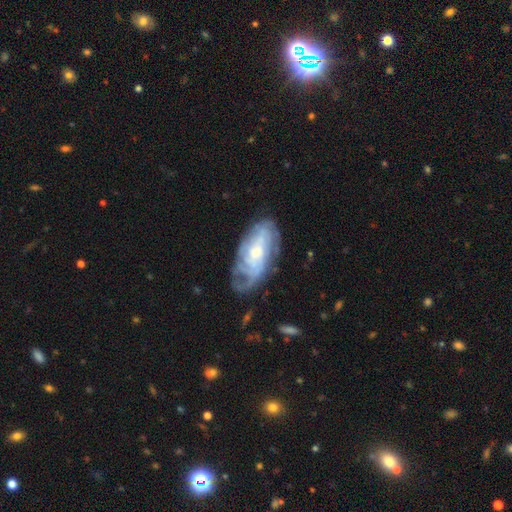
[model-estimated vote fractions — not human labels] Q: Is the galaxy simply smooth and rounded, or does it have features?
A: featured or disk — 72%.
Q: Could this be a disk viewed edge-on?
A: no — 90%.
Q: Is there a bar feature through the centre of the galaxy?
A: no — 63%.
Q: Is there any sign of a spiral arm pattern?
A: yes — 85%.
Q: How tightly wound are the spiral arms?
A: tight — 59%.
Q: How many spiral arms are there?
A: can't tell — 54%.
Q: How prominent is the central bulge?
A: moderate — 48%.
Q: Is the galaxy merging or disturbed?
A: none — 65%.